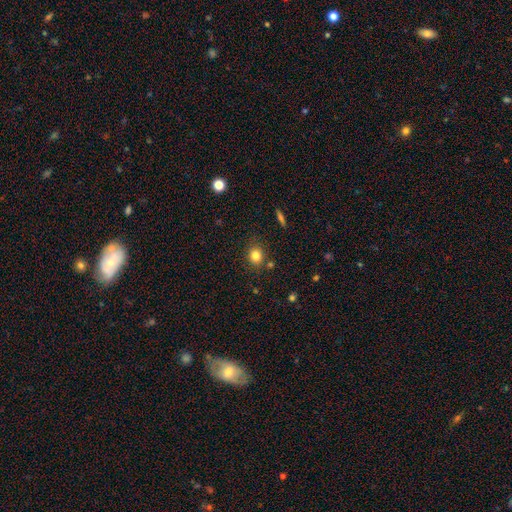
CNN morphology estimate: smooth_or_featured: smooth (p=0.82) [alt: star or artifact p=0.12]
how_rounded: round (p=0.72) [alt: in between p=0.27]
merging: none (p=0.83) [alt: minor disturbance p=0.10]